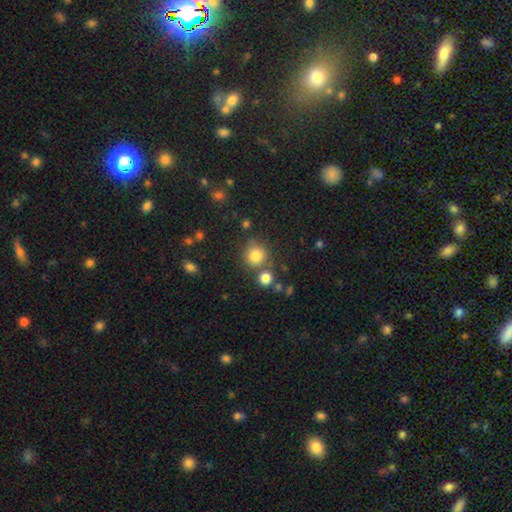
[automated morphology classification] type=smooth (81%); roundness=round (90%); merging=none (72%).